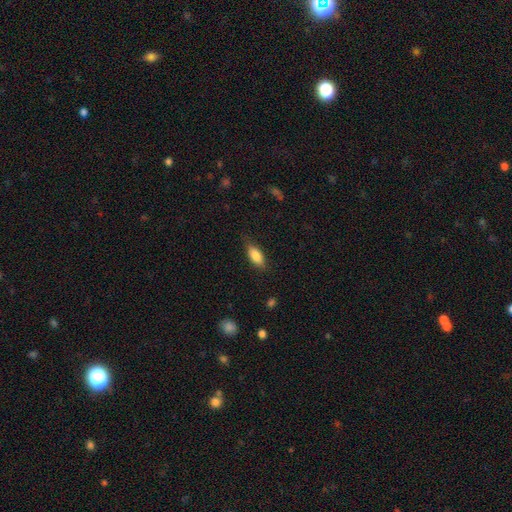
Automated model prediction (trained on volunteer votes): Smooth or featured? Predicted: smooth (p=0.85). How rounded? Predicted: in between (p=0.84). Merging? Predicted: none (p=0.77).